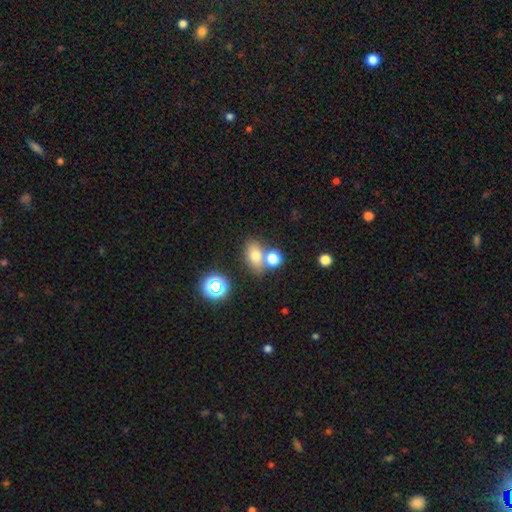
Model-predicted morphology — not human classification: Smooth or featured? smooth (72%)
How rounded? in between (66%)
Merging? none (58%)